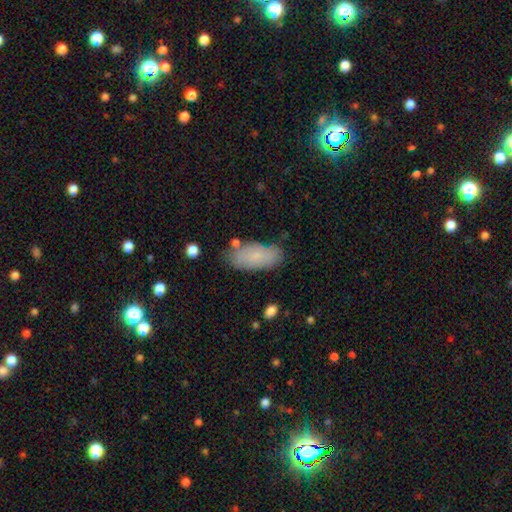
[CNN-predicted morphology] Overall: smooth (80%). How rounded: in between (89%). Merging: none (74%).